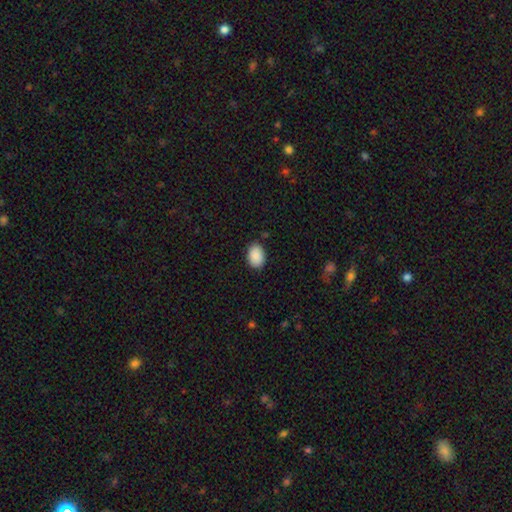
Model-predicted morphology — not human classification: smooth_or_featured: smooth (p=0.90) [alt: star or artifact p=0.07]
how_rounded: in between (p=0.82) [alt: round p=0.17]
merging: none (p=0.85) [alt: minor disturbance p=0.11]